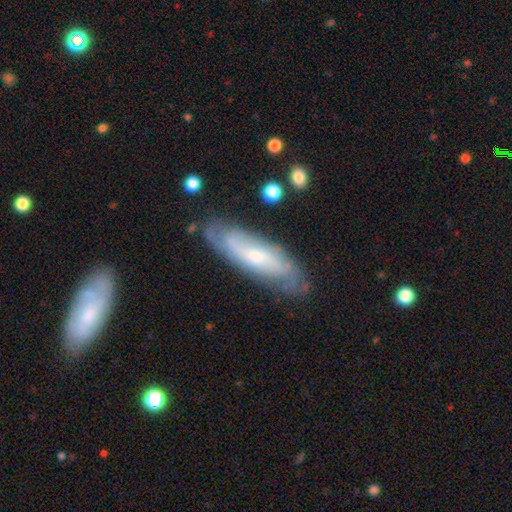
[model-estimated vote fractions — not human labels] The model was most divided on "smooth or featured": featured or disk: 66%, smooth: 28%, star or artifact: 6%. More confident: merging — none (76%); edge-on disk — no (75%).